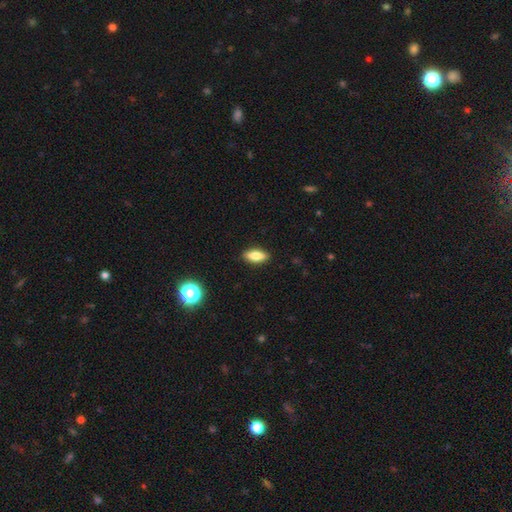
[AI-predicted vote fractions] smooth-or-featured: smooth: 73% | featured or disk: 19% | star or artifact: 8%
  how-rounded: in between: 76% | cigar-shaped: 20% | round: 4%
  merging: none: 88% | minor disturbance: 9% | major disturbance: 2% | merger: 1%